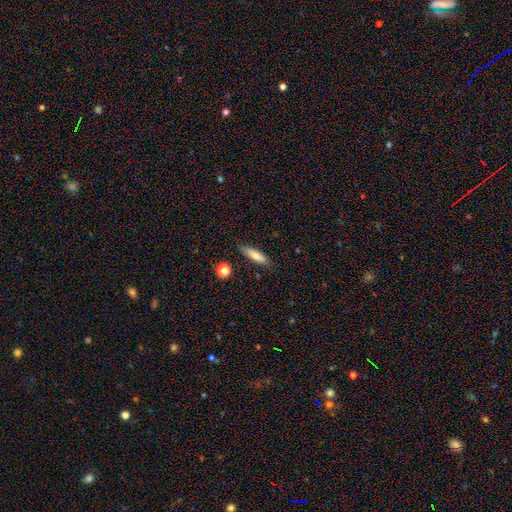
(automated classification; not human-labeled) A smooth galaxy with no disk features (75%) that is cigar-shaped (71%).

Vote fractions:
- Smooth or featured? smooth: 75% / featured or disk: 18% / star or artifact: 7%
- How rounded? cigar-shaped: 71% / in between: 27% / round: 2%
- Merging? none: 84% / minor disturbance: 12% / major disturbance: 2% / merger: 2%